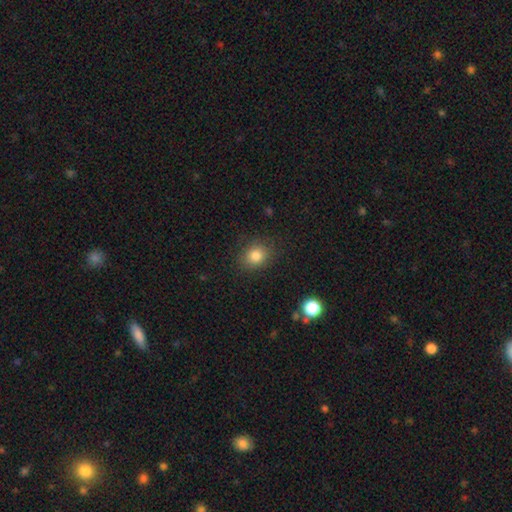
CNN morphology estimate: smooth_or_featured: smooth (p=0.82) [alt: star or artifact p=0.12]
how_rounded: round (p=0.63) [alt: in between p=0.36]
merging: none (p=0.85) [alt: minor disturbance p=0.11]